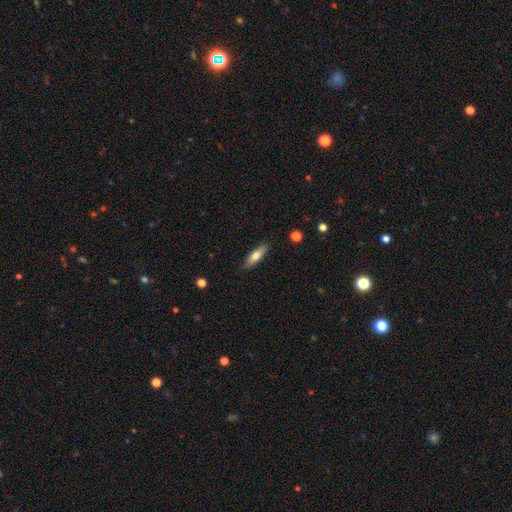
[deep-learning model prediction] Smooth or featured: smooth — 68% (featured or disk — 26%)
How rounded: cigar-shaped — 63% (in between — 35%)
Merging: none — 86% (minor disturbance — 11%)